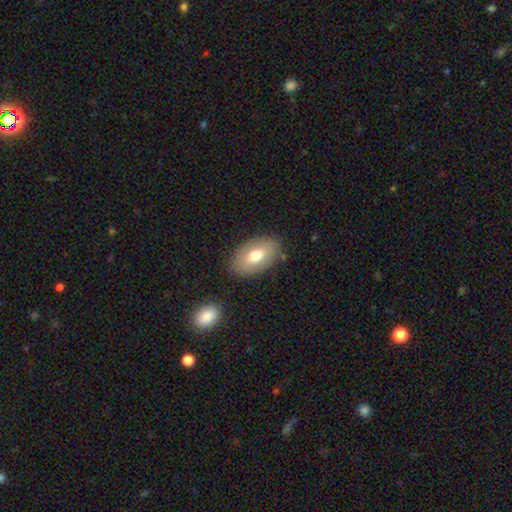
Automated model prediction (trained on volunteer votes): Smooth or featured?
  - smooth: 71% *
  - featured or disk: 23%
  - star or artifact: 7%
How rounded?
  - in between: 93% *
  - round: 5%
  - cigar-shaped: 2%
Merging?
  - none: 83% *
  - minor disturbance: 11%
  - major disturbance: 3%
  - merger: 2%